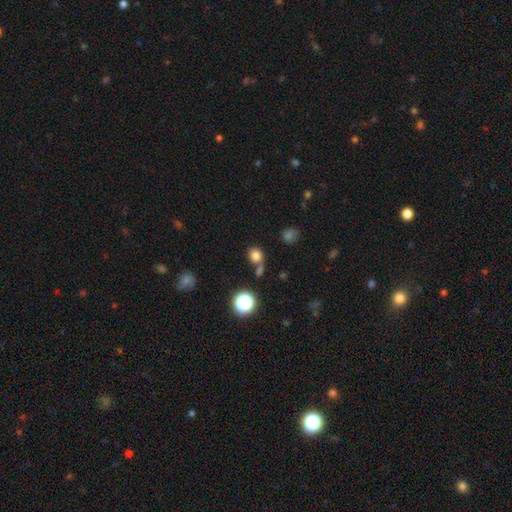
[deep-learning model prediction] Smooth or featured? smooth (77%)
How rounded? round (76%)
Merging? none (63%)